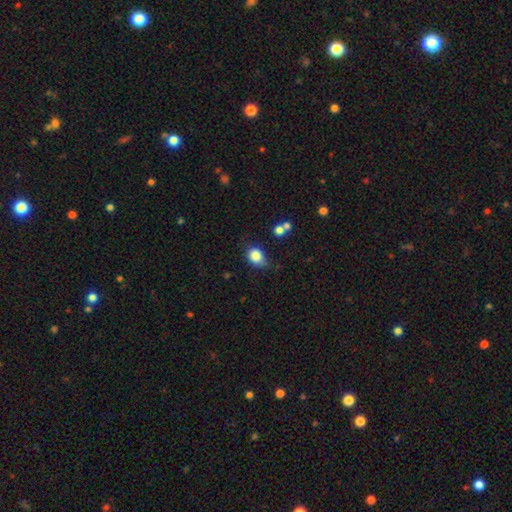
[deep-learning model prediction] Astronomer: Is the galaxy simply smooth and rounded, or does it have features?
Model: smooth — 84%.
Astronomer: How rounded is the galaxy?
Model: in between — 55% (runner-up: round, 43%).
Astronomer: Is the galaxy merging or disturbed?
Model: none — 57%.